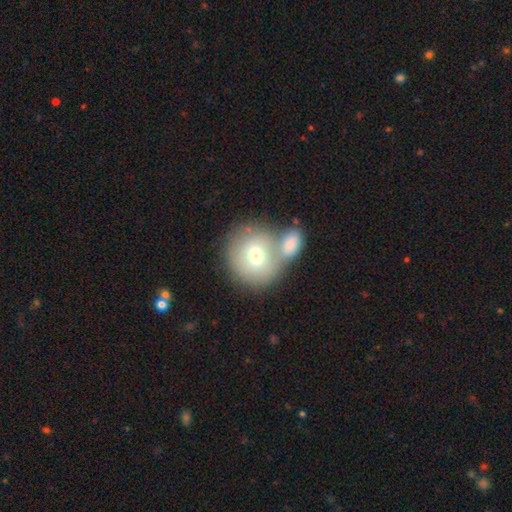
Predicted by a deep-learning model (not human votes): Smooth or featured? Predicted: smooth (p=0.68). How rounded? Predicted: round (p=0.86). Merging? Predicted: merger (p=0.45).